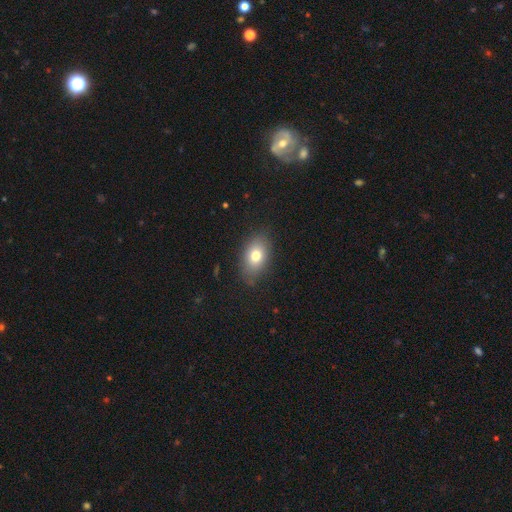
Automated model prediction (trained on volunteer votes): A smooth galaxy with no disk features (75%) that is in between round and cigar-shaped (83%).

Vote fractions:
- Smooth or featured? smooth: 75% / featured or disk: 15% / star or artifact: 10%
- How rounded? in between: 83% / round: 16% / cigar-shaped: 2%
- Merging? none: 81% / minor disturbance: 14% / major disturbance: 4% / merger: 1%